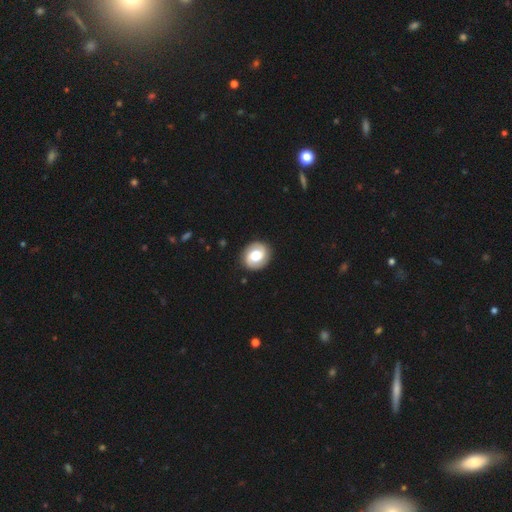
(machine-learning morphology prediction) Smooth or featured? featured or disk (62%)
Edge-on disk? no (98%)
Bar? no (51%)
Spiral arms? yes (84%)
Spiral winding? tight (46%)
Spiral arm count? 2 (89%)
Bulge size? moderate (52%)
Merging? none (88%)